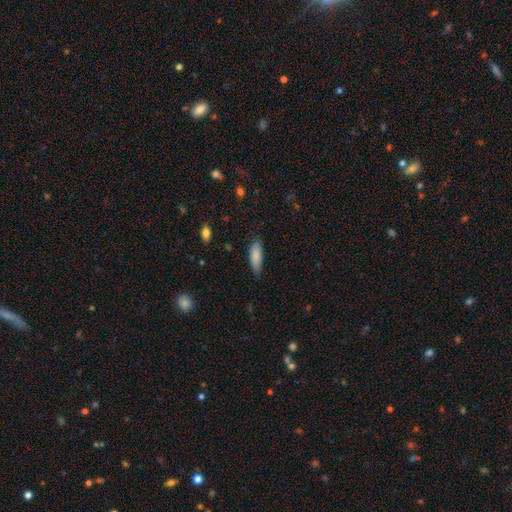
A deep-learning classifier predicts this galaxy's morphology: Q: Smooth or featured?
A: smooth (85%); runner-up: featured or disk (8%)
Q: How rounded?
A: in between (59%); runner-up: cigar-shaped (39%)
Q: Merging?
A: none (78%); runner-up: minor disturbance (18%)